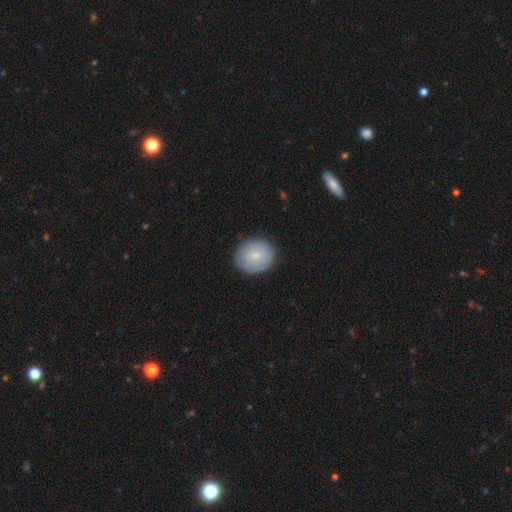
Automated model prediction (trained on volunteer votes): Overall: smooth (67%; featured or disk 27%). How rounded: round (72%). Merging: none (82%).